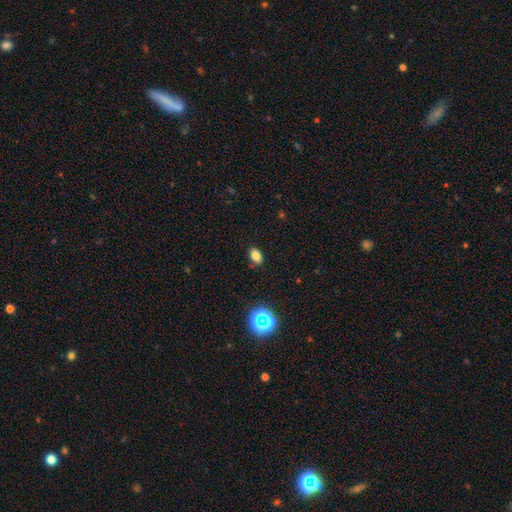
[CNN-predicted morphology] smooth_or_featured: smooth (p=0.79) [alt: star or artifact p=0.14]
how_rounded: in between (p=0.84) [alt: round p=0.15]
merging: none (p=0.86) [alt: minor disturbance p=0.10]